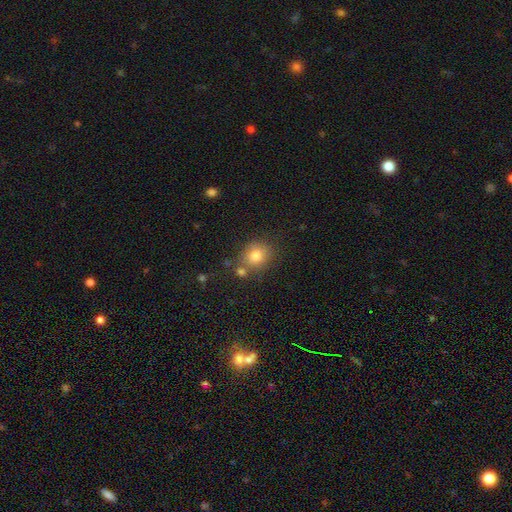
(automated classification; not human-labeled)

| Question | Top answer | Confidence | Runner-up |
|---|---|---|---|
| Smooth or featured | smooth | 80% | star or artifact (11%) |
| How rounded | round | 67% | in between (32%) |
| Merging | none | 67% | merger (15%) |